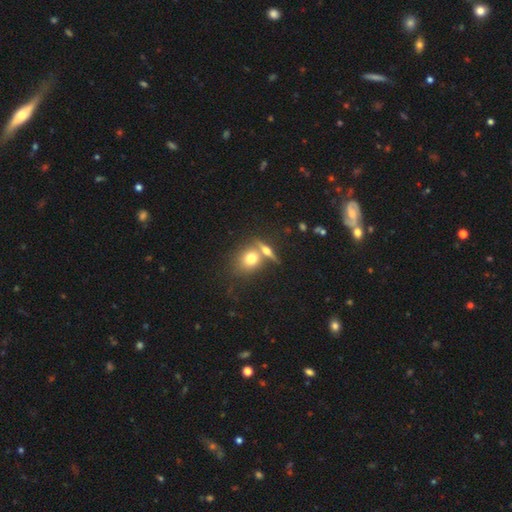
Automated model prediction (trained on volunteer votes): Smooth or featured?
  - smooth: 60% *
  - featured or disk: 21%
  - star or artifact: 19%
How rounded?
  - round: 62% *
  - in between: 34%
  - cigar-shaped: 4%
Merging?
  - none: 50% *
  - merger: 35%
  - minor disturbance: 11%
  - major disturbance: 5%